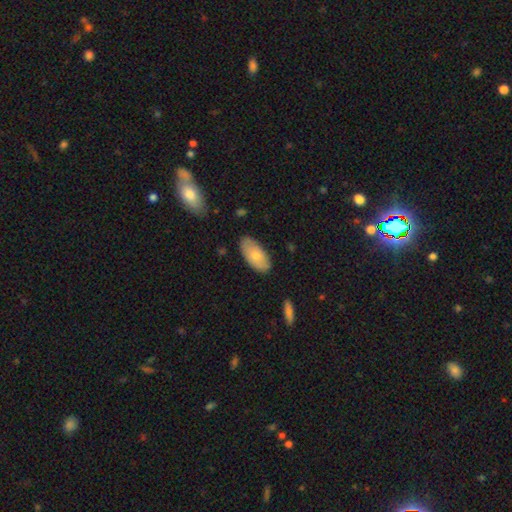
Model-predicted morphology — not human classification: A smooth galaxy with no disk features (72%) that is in between round and cigar-shaped (93%). Merging: none (82%).